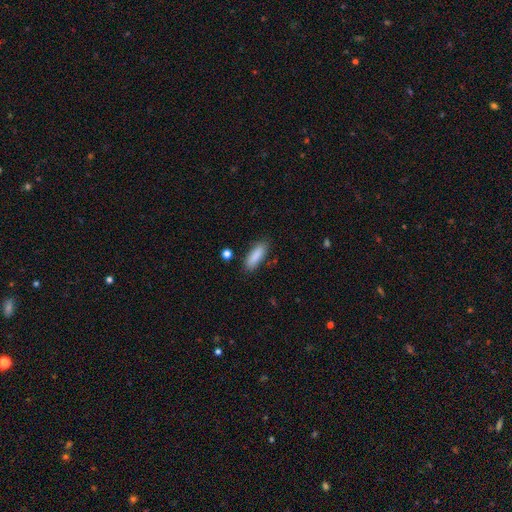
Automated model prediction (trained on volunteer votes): A smooth galaxy with no disk features (88%) that is in between round and cigar-shaped (59%). Merging: none (84%).